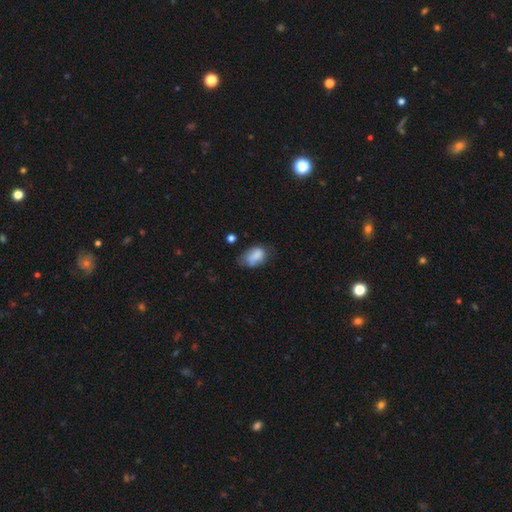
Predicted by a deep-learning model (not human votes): Q: Smooth or featured?
A: smooth (79%); runner-up: featured or disk (12%)
Q: How rounded?
A: in between (86%); runner-up: round (12%)
Q: Merging?
A: none (42%); runner-up: minor disturbance (38%)